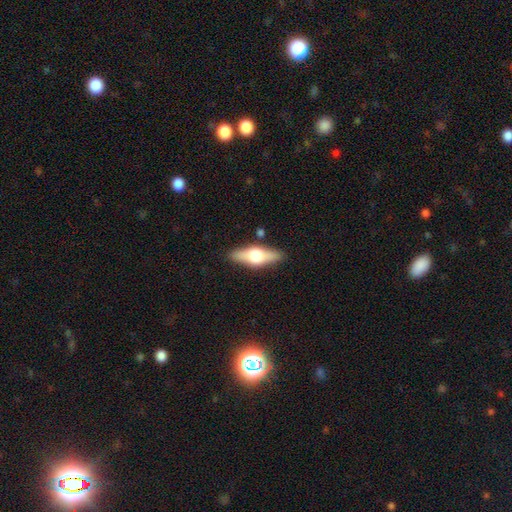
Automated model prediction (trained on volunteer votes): This appears to be a featured or disk galaxy (51%) viewed edge-on (89%). Merging: none (86%).